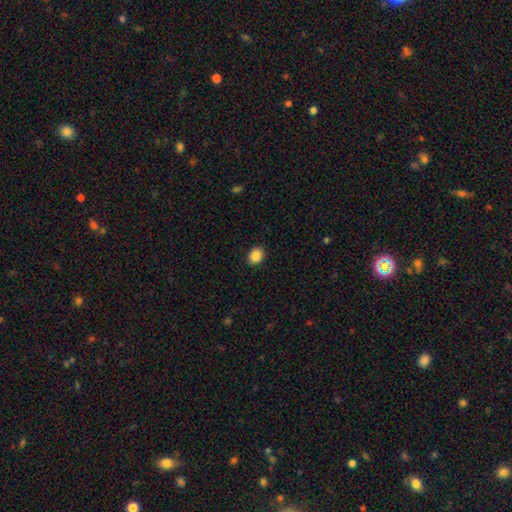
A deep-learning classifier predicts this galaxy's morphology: smooth 87%, star or artifact 9%, featured or disk 4%. Down the decision tree: how rounded — in between (50%); merging — none (91%).